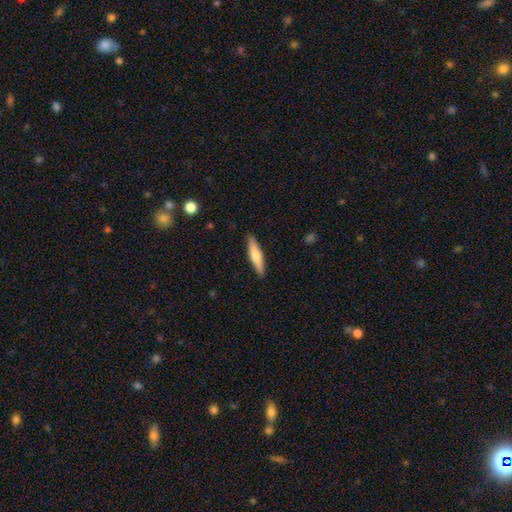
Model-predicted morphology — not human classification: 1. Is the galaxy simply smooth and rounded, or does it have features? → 60% smooth, 34% featured or disk, 5% star or artifact.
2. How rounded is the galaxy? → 82% cigar-shaped, 17% in between, 2% round.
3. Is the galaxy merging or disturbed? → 89% none, 8% minor disturbance, 2% major disturbance, 1% merger.